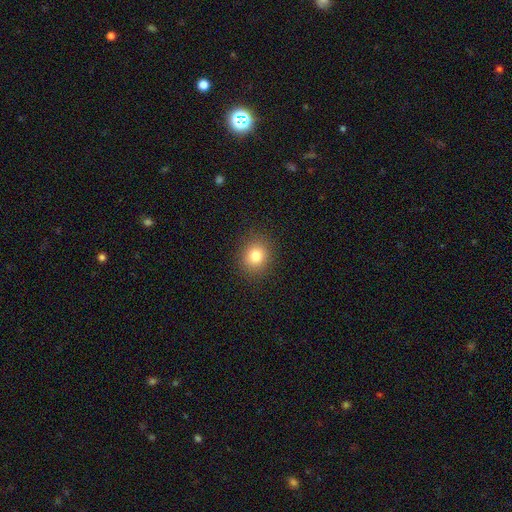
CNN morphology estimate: Q: Smooth or featured?
A: smooth (82%); runner-up: star or artifact (12%)
Q: How rounded?
A: round (71%); runner-up: in between (28%)
Q: Merging?
A: none (89%); runner-up: minor disturbance (7%)